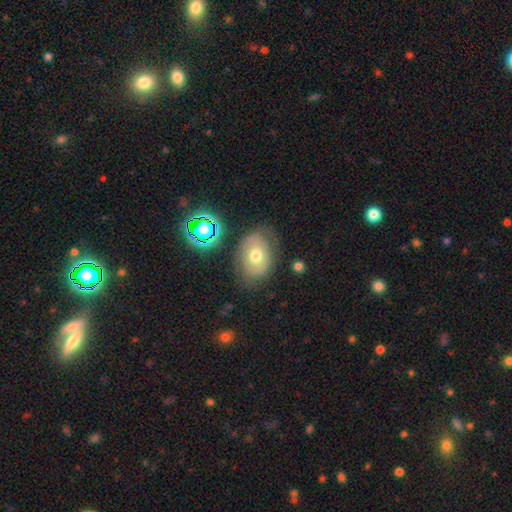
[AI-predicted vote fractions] Smooth or featured?
  - smooth: 54% *
  - featured or disk: 35%
  - star or artifact: 11%
How rounded?
  - in between: 74% *
  - round: 25%
  - cigar-shaped: 1%
Merging?
  - none: 69% *
  - minor disturbance: 20%
  - major disturbance: 8%
  - merger: 3%